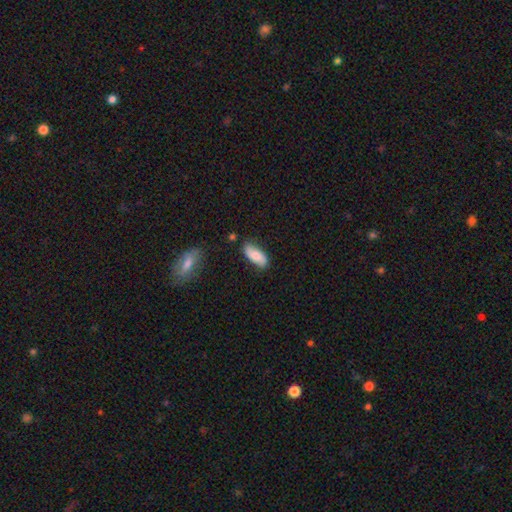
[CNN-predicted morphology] smooth 75%, featured or disk 19%, star or artifact 6%. Down the decision tree: how rounded — in between (80%); merging — none (77%).